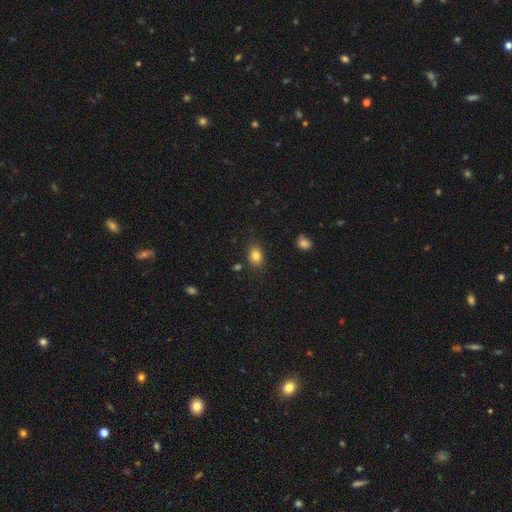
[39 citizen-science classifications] Smooth or featured? 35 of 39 (90%) said smooth. How rounded? 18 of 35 (51%) said round. Merging? 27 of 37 (73%) said none.